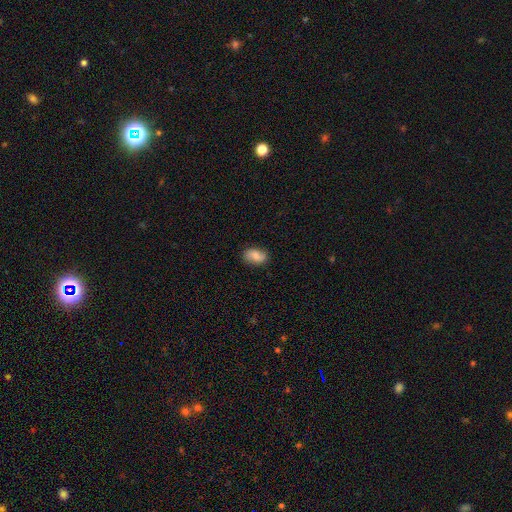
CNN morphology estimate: A smooth galaxy with no disk features (66%) that is in between round and cigar-shaped (85%). Merging: none (82%).